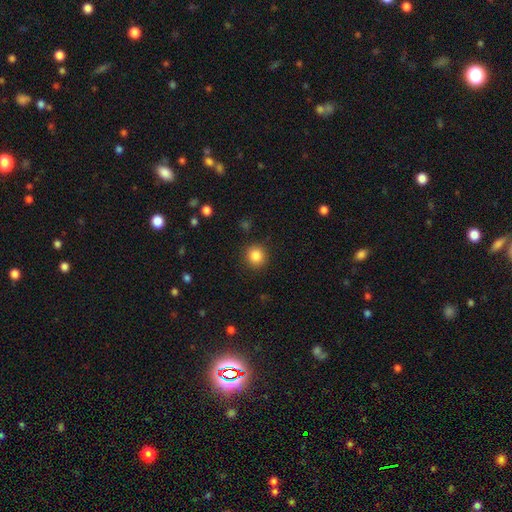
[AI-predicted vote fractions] A smooth galaxy with no disk features (85%) that is round (91%).

Vote fractions:
- Smooth or featured? smooth: 85% / star or artifact: 10% / featured or disk: 4%
- How rounded? round: 91% / in between: 8% / cigar-shaped: 1%
- Merging? none: 89% / minor disturbance: 7% / major disturbance: 3% / merger: 1%